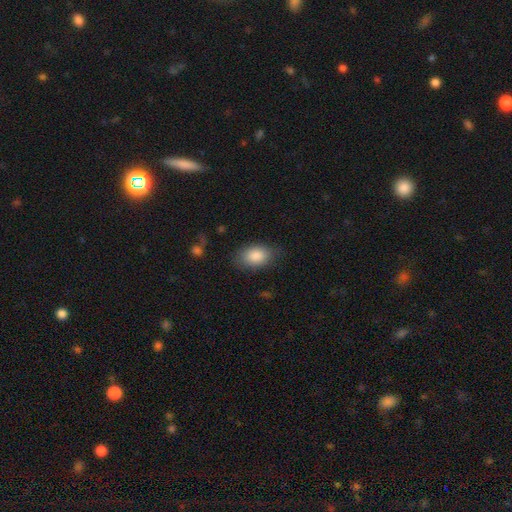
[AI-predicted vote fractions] Smooth or featured?
  - smooth: 87% *
  - star or artifact: 7%
  - featured or disk: 6%
How rounded?
  - in between: 86% *
  - round: 12%
  - cigar-shaped: 1%
Merging?
  - none: 78% *
  - minor disturbance: 16%
  - major disturbance: 5%
  - merger: 1%